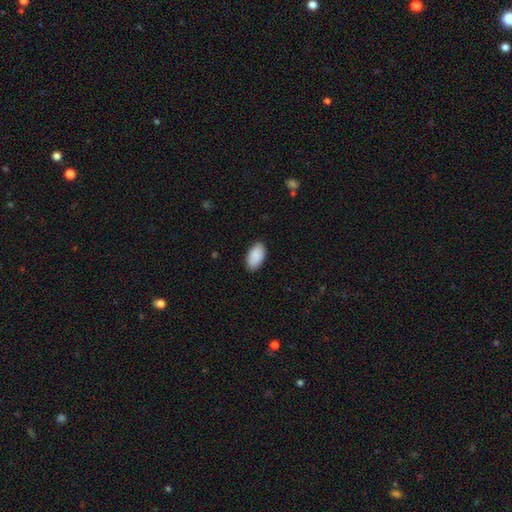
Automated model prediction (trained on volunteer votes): Smooth or featured? smooth (90%)
How rounded? in between (95%)
Merging? none (86%)